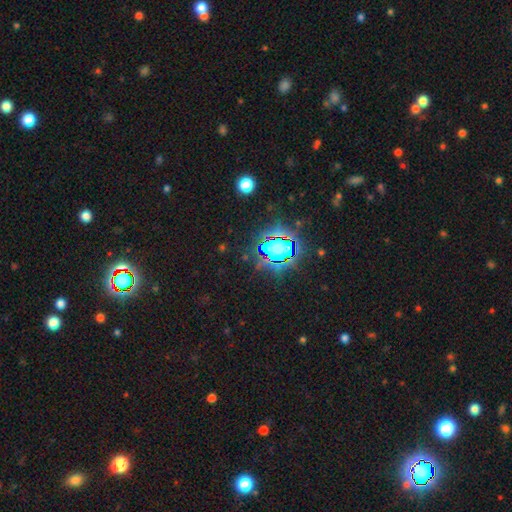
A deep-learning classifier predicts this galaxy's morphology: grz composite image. It shows a star or artifact, not a galaxy (81%).